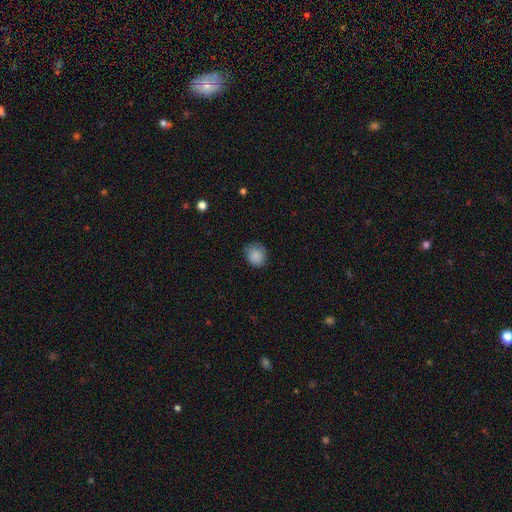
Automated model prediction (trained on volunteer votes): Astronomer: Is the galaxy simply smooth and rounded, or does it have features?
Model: smooth — 87%.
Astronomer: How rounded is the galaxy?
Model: round — 75%.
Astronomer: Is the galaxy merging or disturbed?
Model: none — 74%.